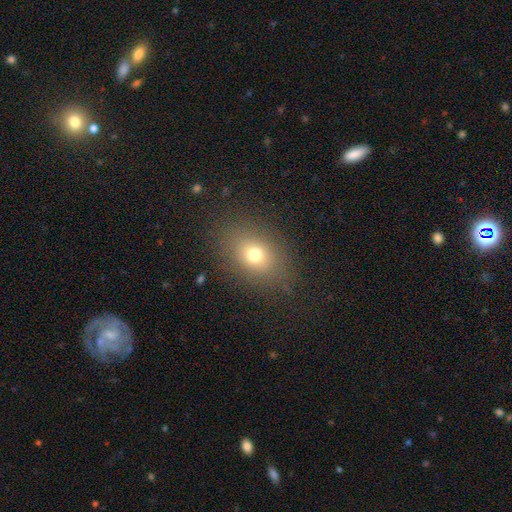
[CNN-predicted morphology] A smooth galaxy with no disk features (66%) that is in between round and cigar-shaped (69%). Merging: none (85%).